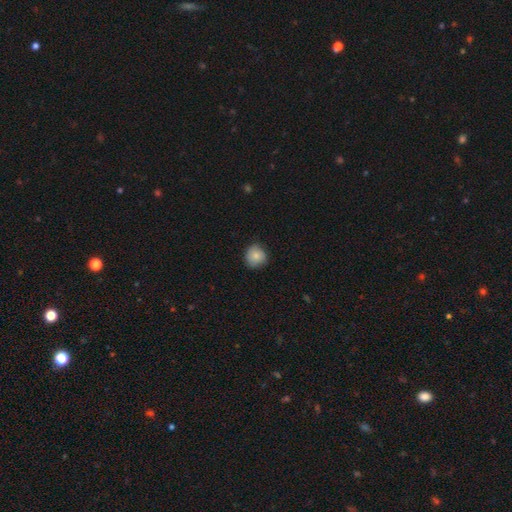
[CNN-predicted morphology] The model was most divided on "merging": none: 78%, minor disturbance: 18%, major disturbance: 3%, merger: 1%. More confident: how rounded — round (87%); smooth or featured — smooth (83%).